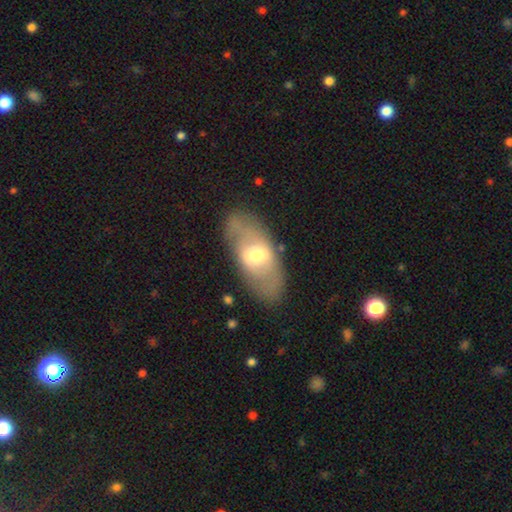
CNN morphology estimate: A featured or disk galaxy (54%).

Vote fractions:
- Smooth or featured? featured or disk: 54% / smooth: 40% / star or artifact: 6%
- Edge-on disk? no: 85% / yes: 15%
- Merging? none: 79% / minor disturbance: 14% / major disturbance: 6% / merger: 2%